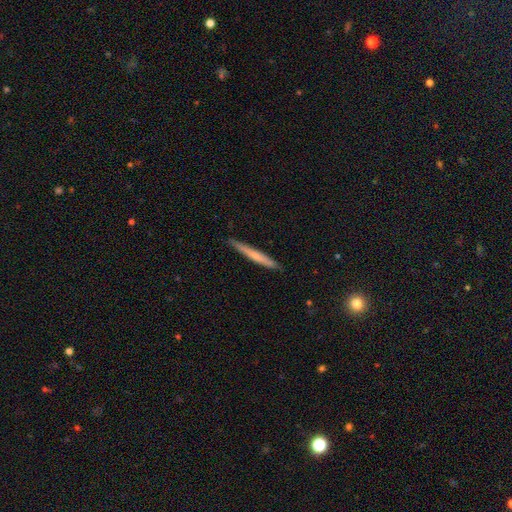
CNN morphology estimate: Smooth or featured?
  - smooth: 56% *
  - featured or disk: 39%
  - star or artifact: 6%
How rounded?
  - cigar-shaped: 97% *
  - in between: 2%
  - round: 1%
Merging?
  - none: 89% *
  - minor disturbance: 9%
  - major disturbance: 1%
  - merger: 1%